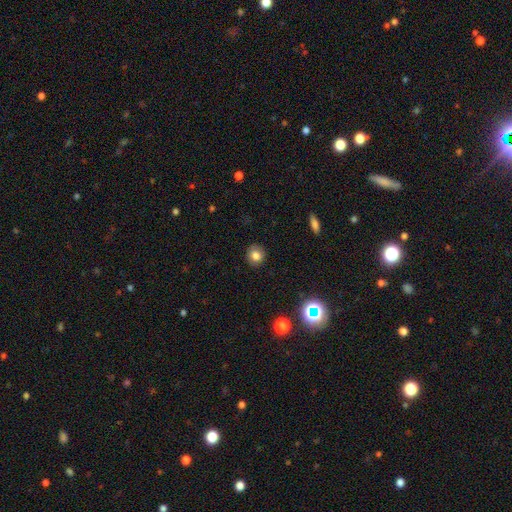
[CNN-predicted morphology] The model was most divided on "smooth or featured": smooth: 80%, star or artifact: 13%, featured or disk: 7%. More confident: merging — none (90%); how rounded — round (87%).